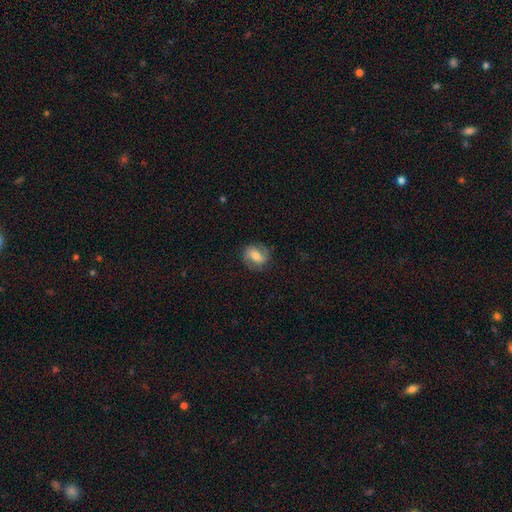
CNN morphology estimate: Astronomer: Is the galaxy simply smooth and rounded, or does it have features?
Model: featured or disk — 50% (runner-up: smooth, 42%).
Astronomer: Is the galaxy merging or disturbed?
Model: none — 77%.